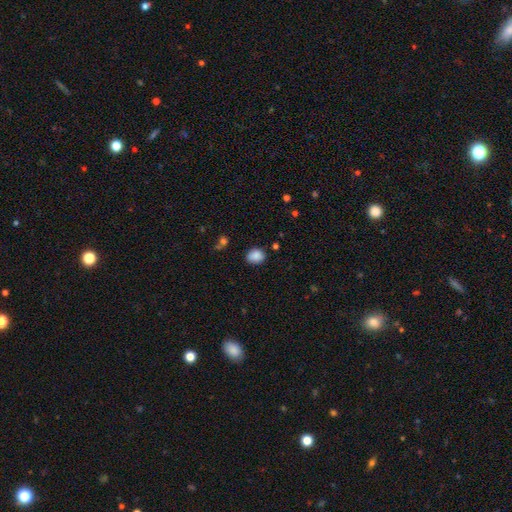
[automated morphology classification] smooth_or_featured: smooth (p=0.87) [alt: star or artifact p=0.09]
how_rounded: round (p=0.54) [alt: in between p=0.45]
merging: none (p=0.82) [alt: minor disturbance p=0.13]